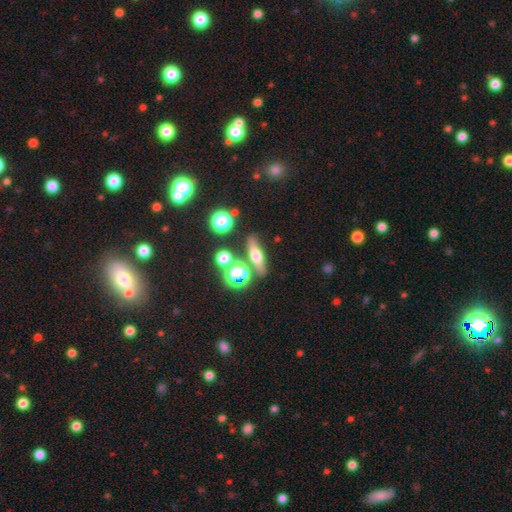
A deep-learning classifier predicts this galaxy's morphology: Smooth or featured? Predicted: smooth (p=0.43). Merging? Predicted: none (p=0.76).